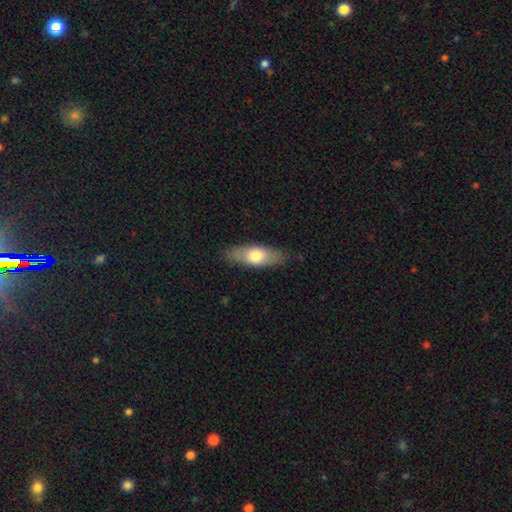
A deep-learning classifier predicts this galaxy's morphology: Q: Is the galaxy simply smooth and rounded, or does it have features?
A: smooth — 66%.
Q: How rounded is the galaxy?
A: in between — 66%.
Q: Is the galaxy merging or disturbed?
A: none — 84%.